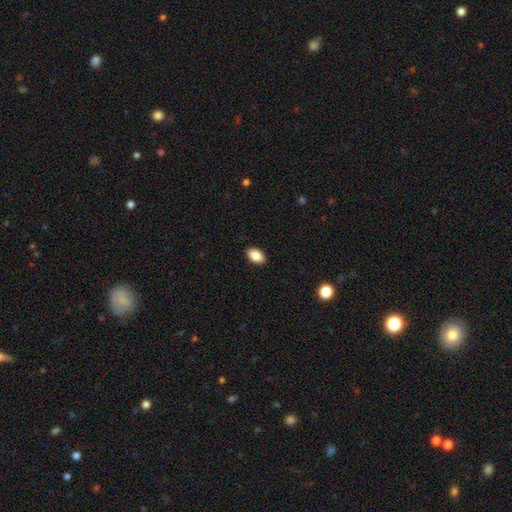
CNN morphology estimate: Smooth or featured?
  - smooth: 87% *
  - star or artifact: 7%
  - featured or disk: 6%
How rounded?
  - in between: 92% *
  - round: 7%
  - cigar-shaped: 1%
Merging?
  - none: 89% *
  - minor disturbance: 8%
  - major disturbance: 2%
  - merger: 1%